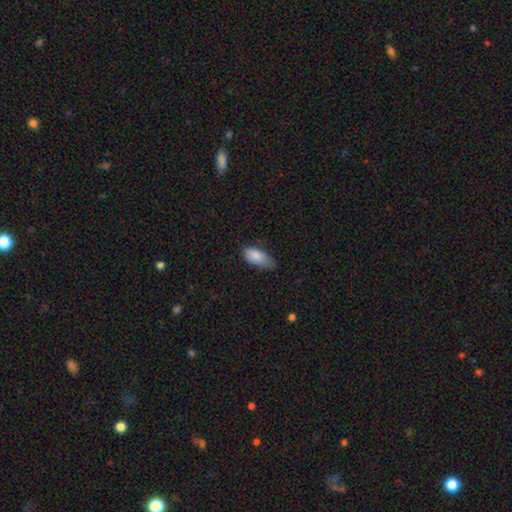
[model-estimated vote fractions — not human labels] Smooth or featured: smooth — 86% (featured or disk — 7%)
How rounded: in between — 90% (cigar-shaped — 7%)
Merging: none — 47% (minor disturbance — 42%)